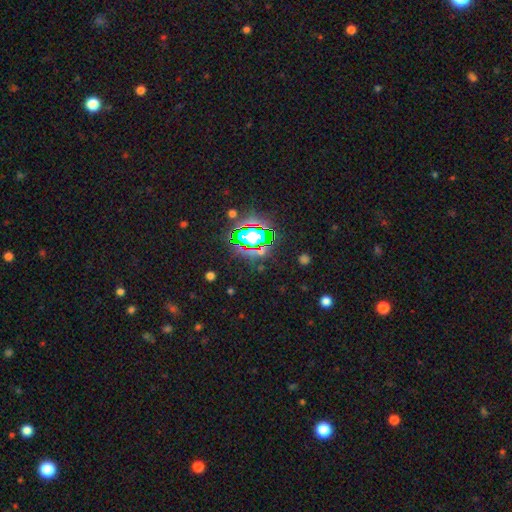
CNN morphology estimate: Smooth or featured: star or artifact — 81% (smooth — 11%)